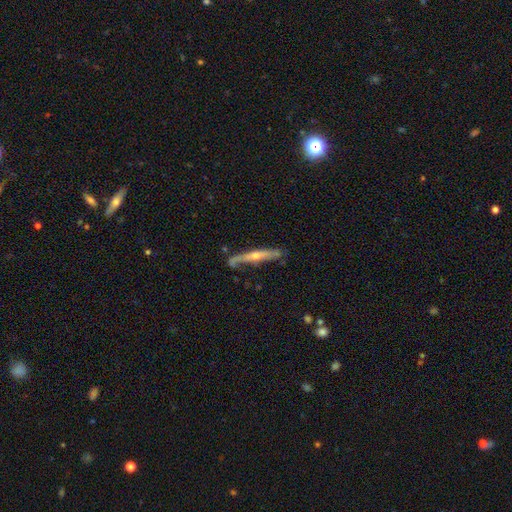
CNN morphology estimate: smooth_or_featured: featured or disk (p=0.69) [alt: smooth p=0.21]
disk_edge_on: yes (p=0.92) [alt: no p=0.08]
edge_on_bulge: rounded (p=0.81) [alt: none p=0.13]
merging: none (p=0.74) [alt: minor disturbance p=0.17]